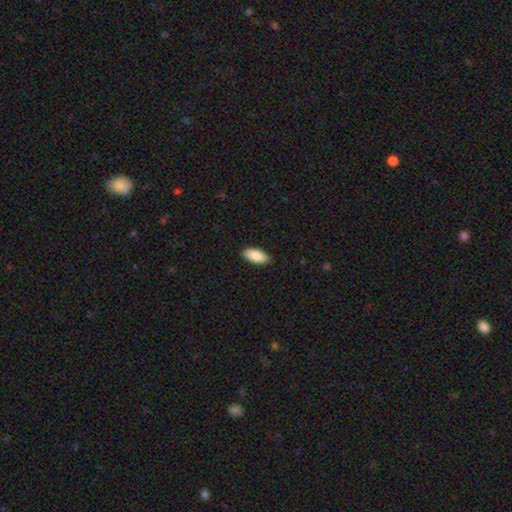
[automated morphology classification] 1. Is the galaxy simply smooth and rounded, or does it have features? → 88% smooth, 6% featured or disk, 6% star or artifact.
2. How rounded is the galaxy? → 90% in between, 9% cigar-shaped, 2% round.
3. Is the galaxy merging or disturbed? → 90% none, 8% minor disturbance, 2% major disturbance, 1% merger.